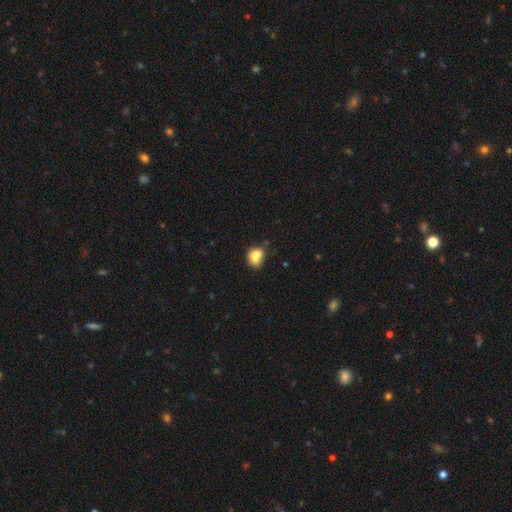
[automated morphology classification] This appears to be a smooth galaxy with no disk features (81%) that is in between round and cigar-shaped (50%). Merging: none (49%).